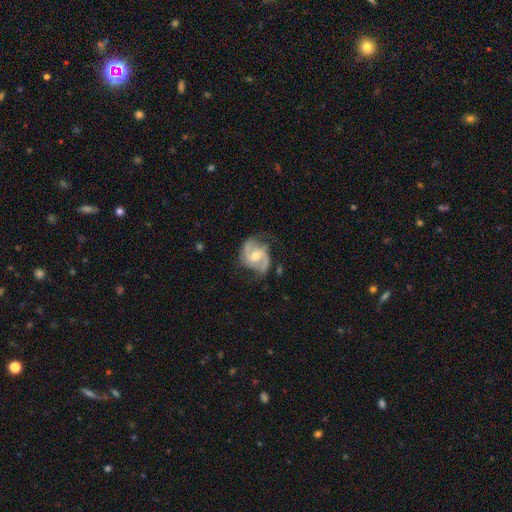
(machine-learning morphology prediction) Overall: featured or disk (85%). Edge-on disk: no (98%). Bar: weak (46%; no 42%). Spiral arms: yes (96%). Spiral arm count: 2 (89%). Spiral winding: medium (54%; loose 24%). Bulge size: moderate (68%). Merging: none (68%).